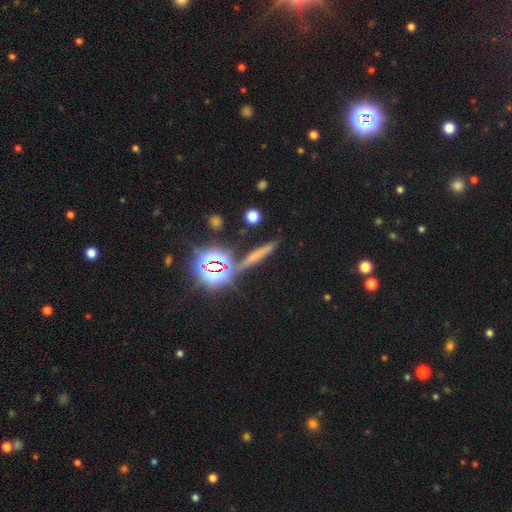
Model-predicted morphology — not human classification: Smooth or featured? smooth (44%)
Merging? none (81%)